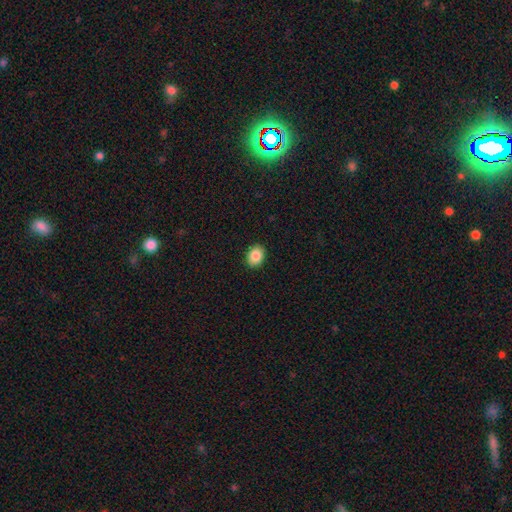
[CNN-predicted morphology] This is clearly a smooth galaxy (87%). How rounded: likely in between (60%). Merging: clearly none (91%).